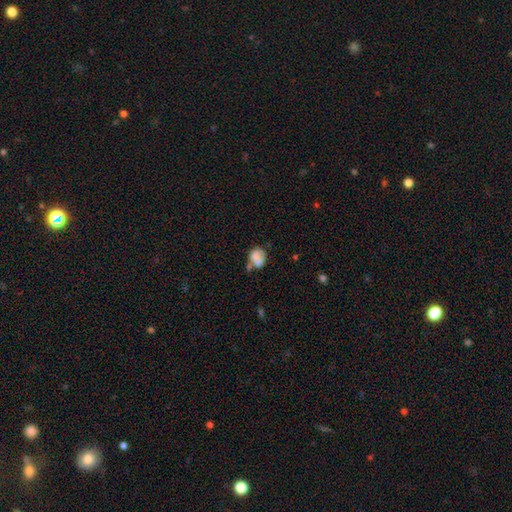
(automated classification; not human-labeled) Smooth or featured: smooth — 69% (featured or disk — 21%)
How rounded: round — 55% (in between — 44%)
Merging: none — 36% (merger — 29%)